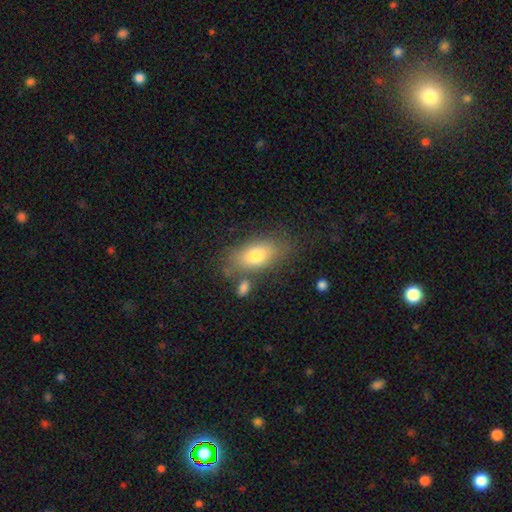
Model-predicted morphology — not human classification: Q: Smooth or featured?
A: smooth (75%); runner-up: featured or disk (17%)
Q: How rounded?
A: in between (86%); runner-up: round (8%)
Q: Merging?
A: none (68%); runner-up: minor disturbance (17%)